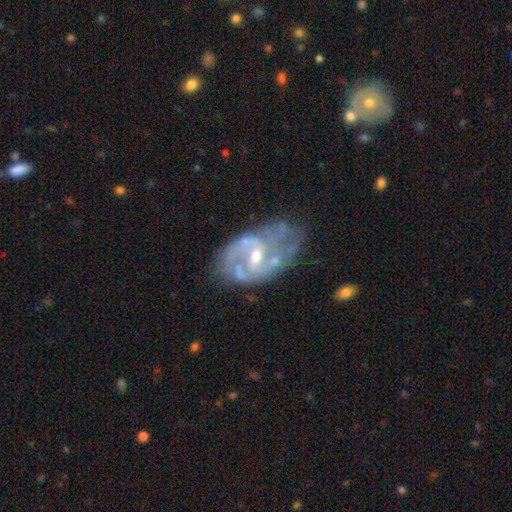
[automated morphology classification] featured or disk 86%, smooth 8%, star or artifact 6%. Down the decision tree: edge-on disk — no (97%); bar — weak (54%); spiral arms — yes (91%); spiral arm count — 2 (61%); spiral winding — medium (49%); bulge size — moderate (51%); merging — none (54%).